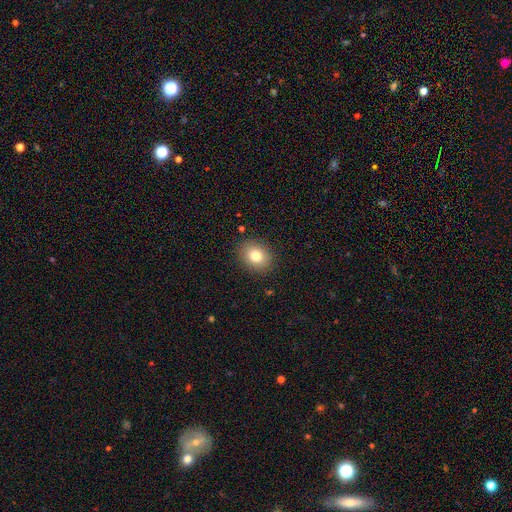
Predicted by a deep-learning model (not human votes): Q: Smooth or featured?
A: smooth (80%); runner-up: star or artifact (10%)
Q: How rounded?
A: round (50%); runner-up: in between (49%)
Q: Merging?
A: none (88%); runner-up: minor disturbance (8%)